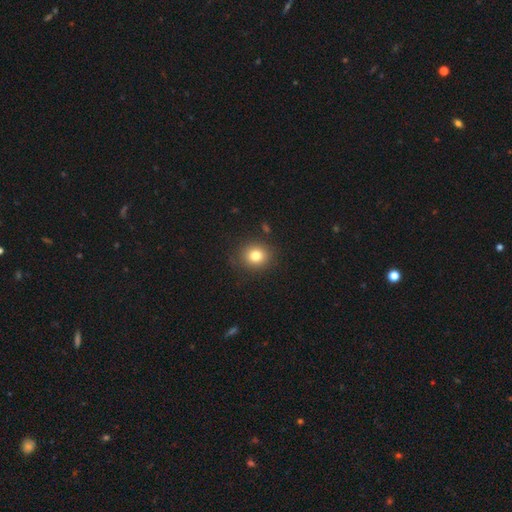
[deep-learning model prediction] This is likely a smooth galaxy (80%). How rounded: clearly round (82%). Merging: clearly none (87%).